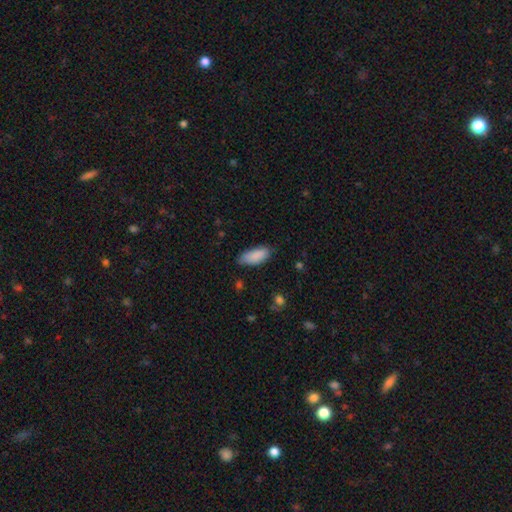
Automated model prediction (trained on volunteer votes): smooth_or_featured: smooth (p=0.88) [alt: star or artifact p=0.07]
how_rounded: in between (p=0.85) [alt: cigar-shaped p=0.14]
merging: none (p=0.70) [alt: minor disturbance p=0.24]